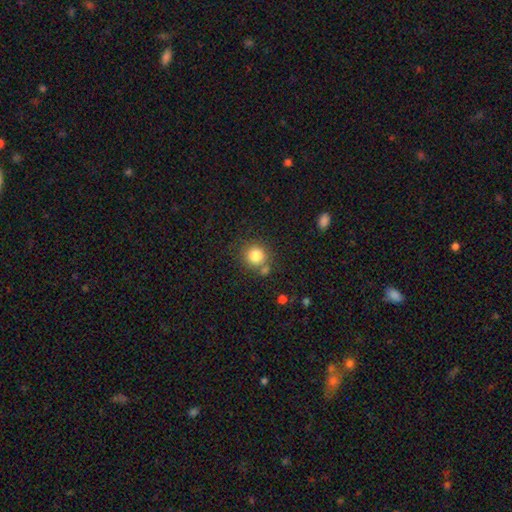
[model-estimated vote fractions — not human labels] The model was most divided on "merging": none: 69%, merger: 15%, minor disturbance: 11%, major disturbance: 4%. More confident: how rounded — round (90%); smooth or featured — smooth (83%).